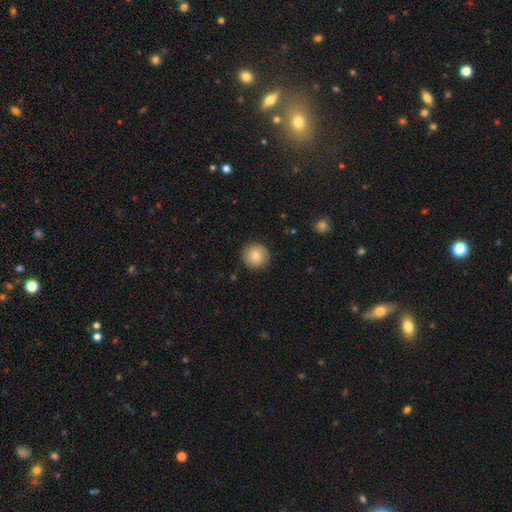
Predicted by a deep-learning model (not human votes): A smooth galaxy with no disk features (79%) that is round (95%). Merging: none (90%).